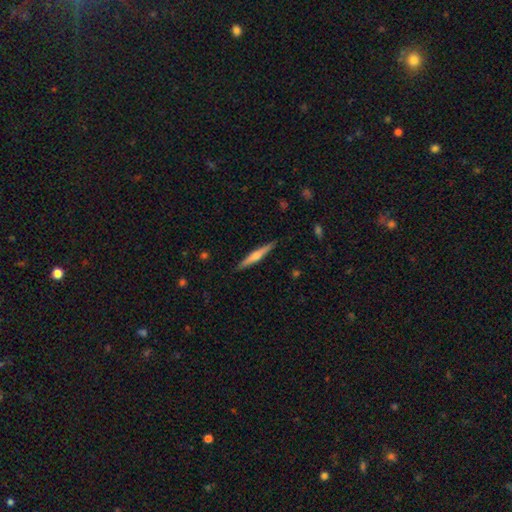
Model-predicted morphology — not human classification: type=featured or disk (59%); edge-on=yes (97%); edge-on bulge=rounded (79%); merging=none (90%).